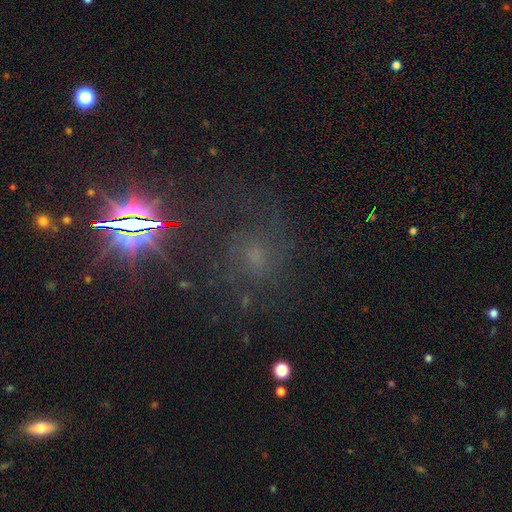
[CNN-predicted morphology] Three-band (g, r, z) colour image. It shows a star or artifact, not a galaxy (48%).